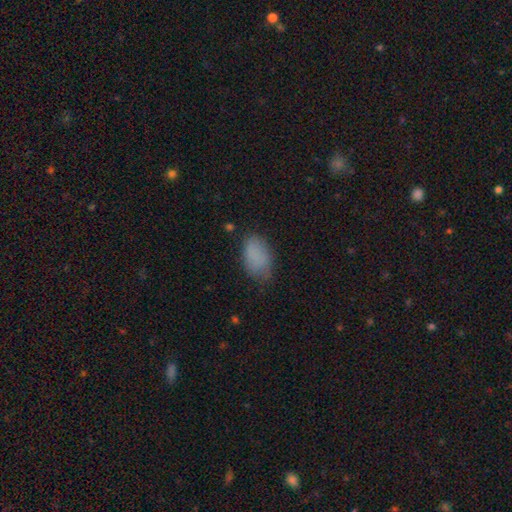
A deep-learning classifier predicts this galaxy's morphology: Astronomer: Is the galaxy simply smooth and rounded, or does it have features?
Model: smooth — 85%.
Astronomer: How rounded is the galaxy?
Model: in between — 92%.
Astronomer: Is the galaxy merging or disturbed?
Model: none — 64%.